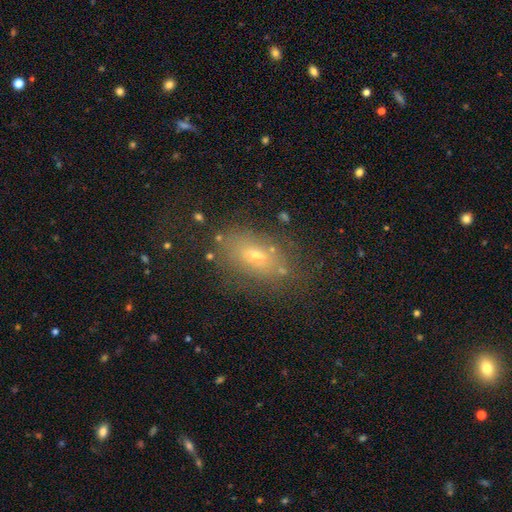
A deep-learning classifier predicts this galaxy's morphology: This appears to be a smooth galaxy with no disk features (59%) that is in between round and cigar-shaped (79%). Merging: none (73%).